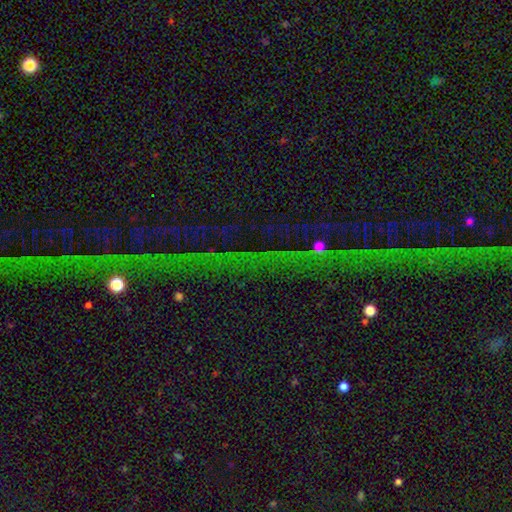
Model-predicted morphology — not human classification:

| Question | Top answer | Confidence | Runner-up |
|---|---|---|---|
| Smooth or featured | star or artifact | 80% | featured or disk (11%) |